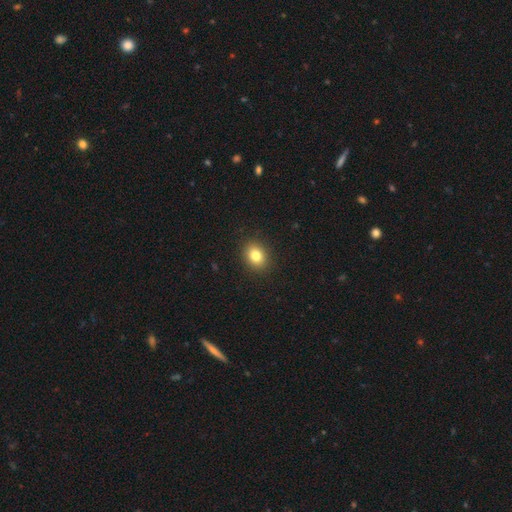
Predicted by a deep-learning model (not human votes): The model was most divided on "how rounded": in between: 51%, round: 48%, cigar-shaped: 1%. More confident: merging — none (90%); smooth or featured — smooth (82%).